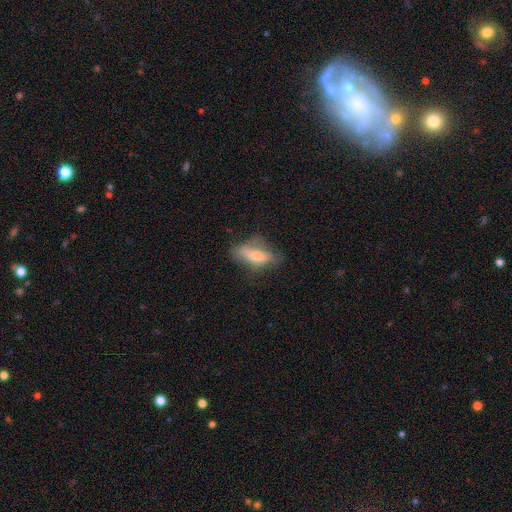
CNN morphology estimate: This is likely a smooth galaxy (63%). How rounded: likely in between (74%). Merging: marginally none (42%).